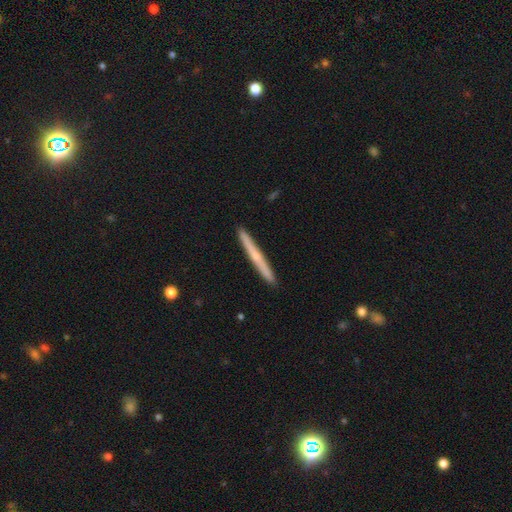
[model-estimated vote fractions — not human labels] This is possibly a featured or disk galaxy (52%). It is clearly viewed edge-on (97%). Edge-on bulge: possibly none (50%). Merging: clearly none (92%).